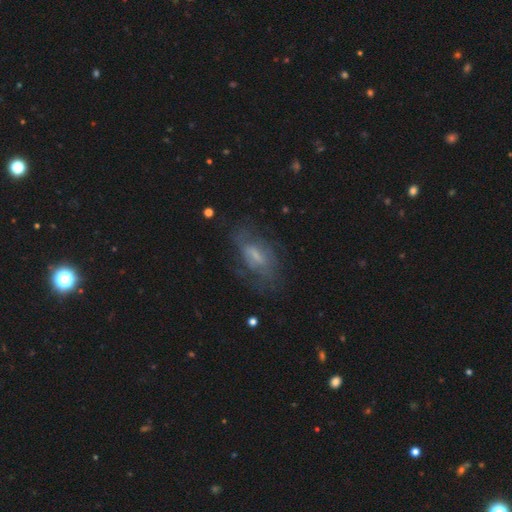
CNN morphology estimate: featured or disk 55%, smooth 34%, star or artifact 11%. Down the decision tree: edge-on disk — no (90%); merging — none (57%).